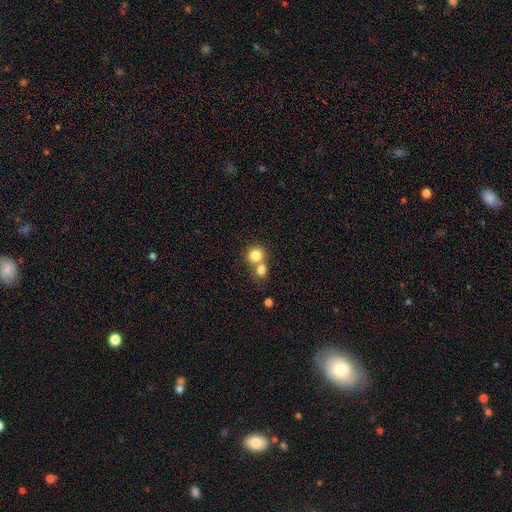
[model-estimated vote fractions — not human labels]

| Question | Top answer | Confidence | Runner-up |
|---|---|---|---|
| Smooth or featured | smooth | 81% | star or artifact (10%) |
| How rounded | round | 85% | in between (14%) |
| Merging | merger | 50% | none (41%) |